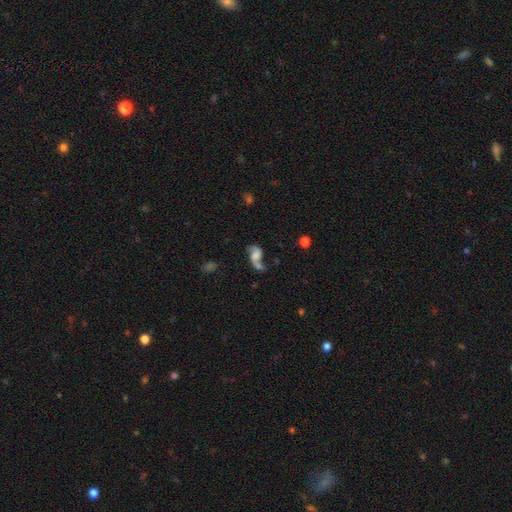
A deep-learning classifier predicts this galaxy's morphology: The model was most divided on "merging": none: 35%, merger: 30%, major disturbance: 18%, minor disturbance: 17%. Remaining: edge-on disk — no (96%); spiral arms — yes (87%); spiral arm count — 2 (82%); spiral winding — loose (78%); smooth or featured — featured or disk (64%); bar — no (59%); bulge size — none (35%).